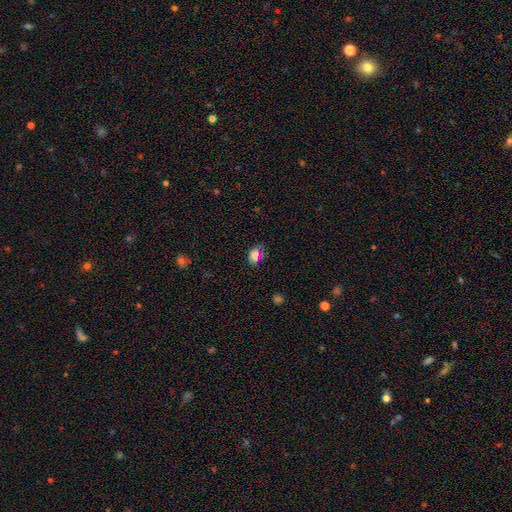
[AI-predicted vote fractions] Smooth or featured? smooth (73%)
How rounded? in between (72%)
Merging? none (78%)